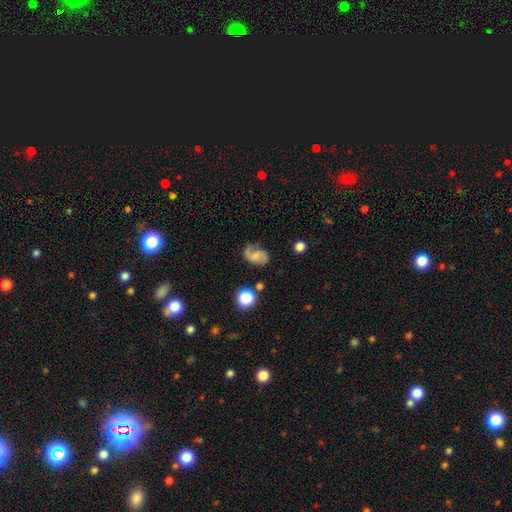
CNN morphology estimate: A featured or disk galaxy (61%) with no bar (57%), 2 (82%) medium (43%) spiral arms (92%) and a small central bulge (36%). Merging: none (62%).